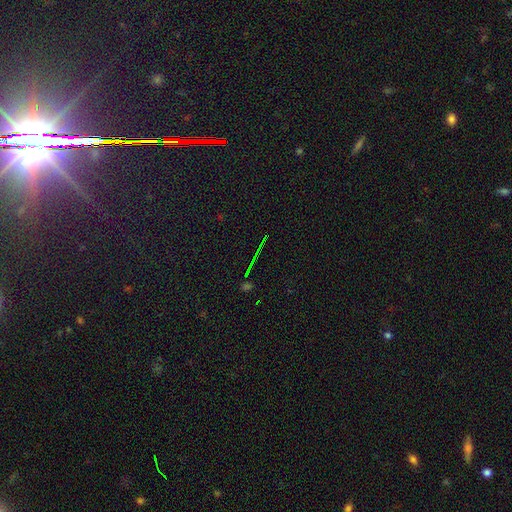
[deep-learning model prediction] smooth-or-featured: star or artifact: 75% | featured or disk: 13% | smooth: 12%